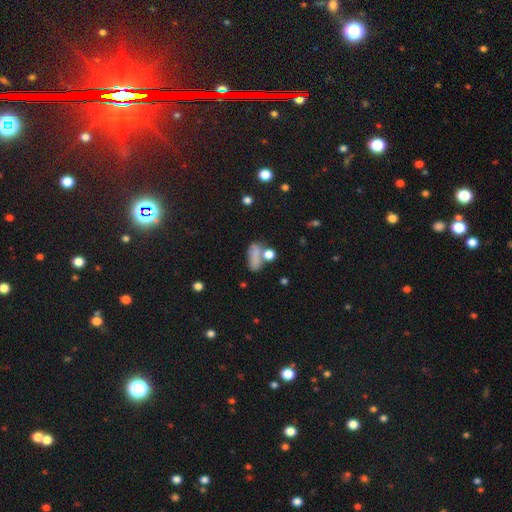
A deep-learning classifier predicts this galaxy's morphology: Smooth or featured?
  - smooth: 71% *
  - featured or disk: 16%
  - star or artifact: 14%
How rounded?
  - in between: 69% *
  - cigar-shaped: 17%
  - round: 14%
Merging?
  - none: 41% *
  - merger: 26%
  - minor disturbance: 19%
  - major disturbance: 14%